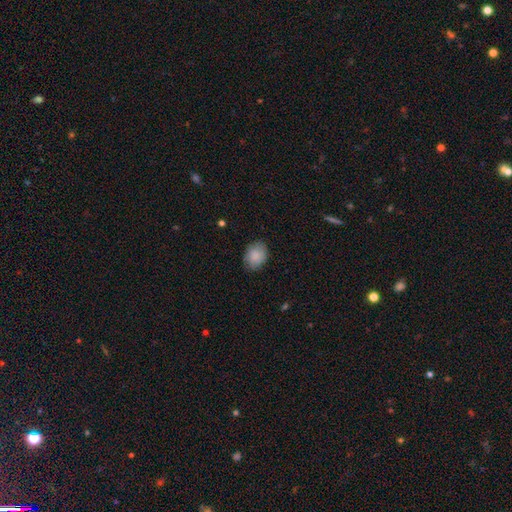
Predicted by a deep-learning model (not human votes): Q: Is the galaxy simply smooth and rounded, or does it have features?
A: smooth — 85%.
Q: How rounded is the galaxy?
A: in between — 62%.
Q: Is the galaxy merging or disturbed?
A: none — 78%.